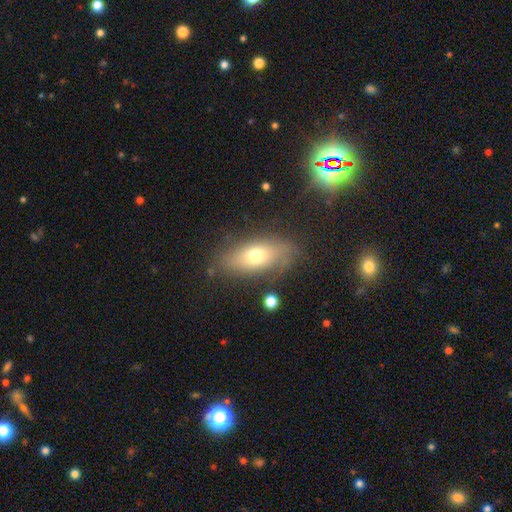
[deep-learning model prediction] A smooth galaxy with no disk features (64%) that is in between round and cigar-shaped (78%). Merging: none (76%).